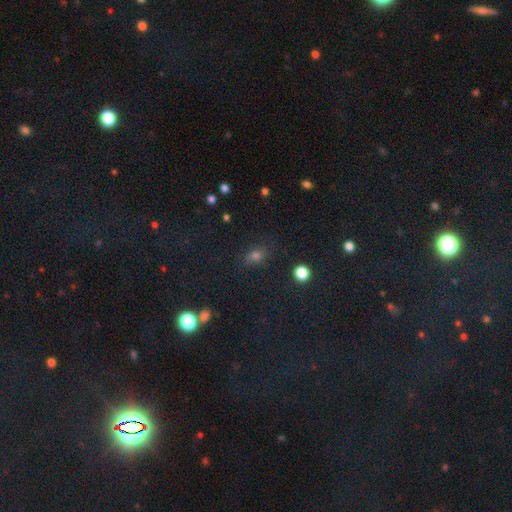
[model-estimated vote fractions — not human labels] Smooth or featured?
  - smooth: 66% *
  - star or artifact: 25%
  - featured or disk: 9%
How rounded?
  - in between: 63% *
  - round: 33%
  - cigar-shaped: 4%
Merging?
  - none: 81% *
  - minor disturbance: 12%
  - major disturbance: 4%
  - merger: 3%